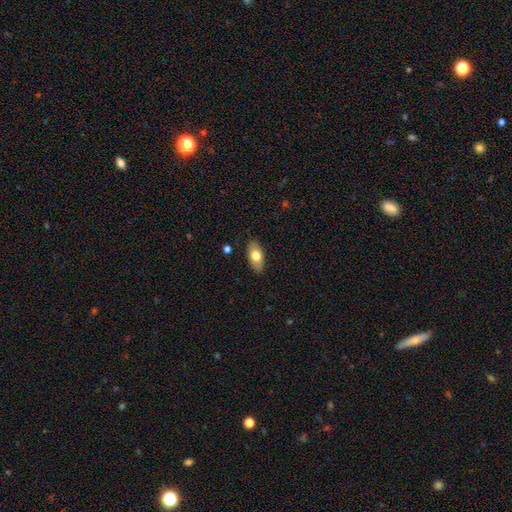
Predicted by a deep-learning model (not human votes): A smooth galaxy with no disk features (71%) that is in between round and cigar-shaped (91%). Merging: none (85%).